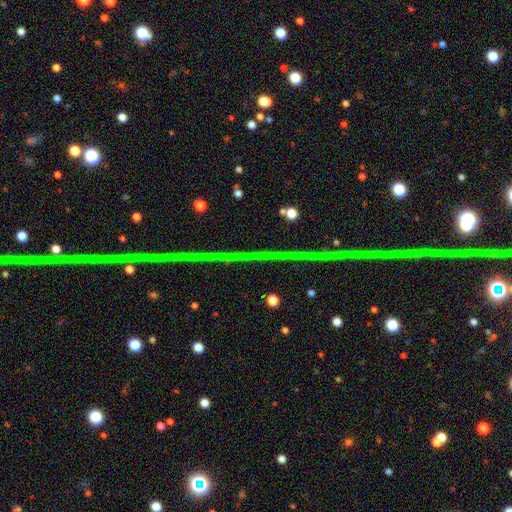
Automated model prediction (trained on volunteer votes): Smooth or featured?
  - star or artifact: 82% *
  - featured or disk: 12%
  - smooth: 6%